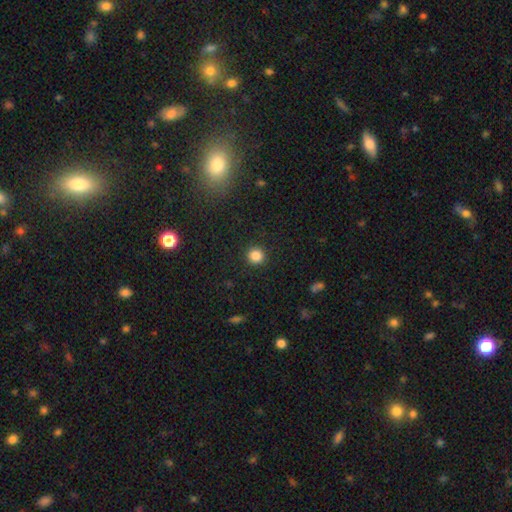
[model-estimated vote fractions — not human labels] Smooth or featured: smooth — 85% (star or artifact — 11%)
How rounded: round — 92% (in between — 7%)
Merging: none — 91% (minor disturbance — 6%)